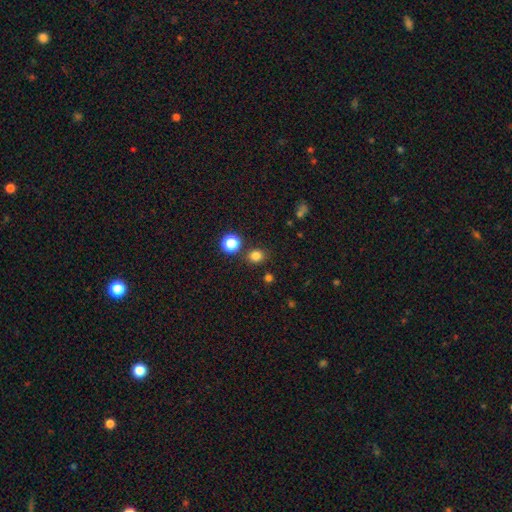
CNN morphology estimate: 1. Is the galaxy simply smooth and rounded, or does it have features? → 80% smooth, 16% star or artifact, 4% featured or disk.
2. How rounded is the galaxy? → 78% round, 21% in between, 1% cigar-shaped.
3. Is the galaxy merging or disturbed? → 84% none, 8% minor disturbance, 5% merger, 3% major disturbance.